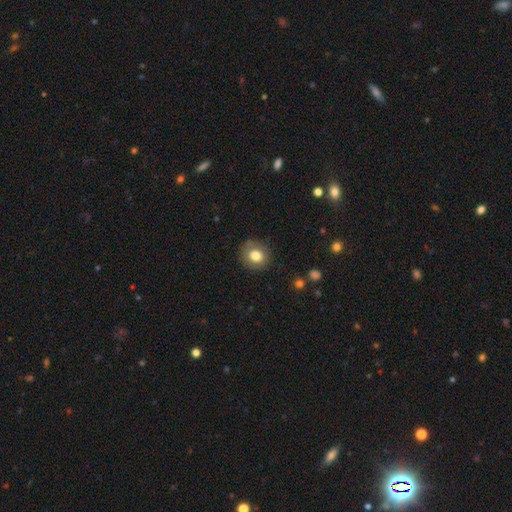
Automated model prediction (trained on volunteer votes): This appears to be a smooth galaxy with no disk features (77%) that is round (85%). Merging: none (83%).